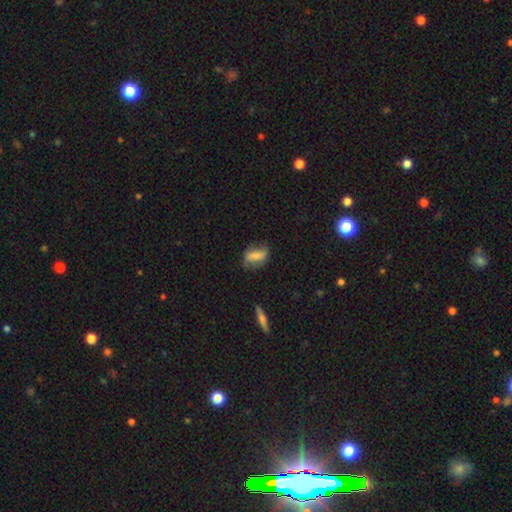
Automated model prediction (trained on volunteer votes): Smooth or featured? Predicted: smooth (p=0.67). How rounded? Predicted: in between (p=0.81). Merging? Predicted: none (p=0.64).